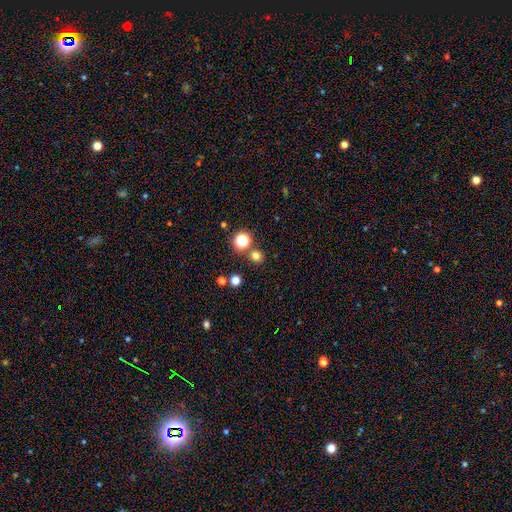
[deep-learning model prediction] Smooth or featured?
  - smooth: 73% *
  - star or artifact: 21%
  - featured or disk: 5%
How rounded?
  - round: 91% *
  - in between: 8%
  - cigar-shaped: 1%
Merging?
  - none: 81% *
  - merger: 10%
  - minor disturbance: 6%
  - major disturbance: 3%